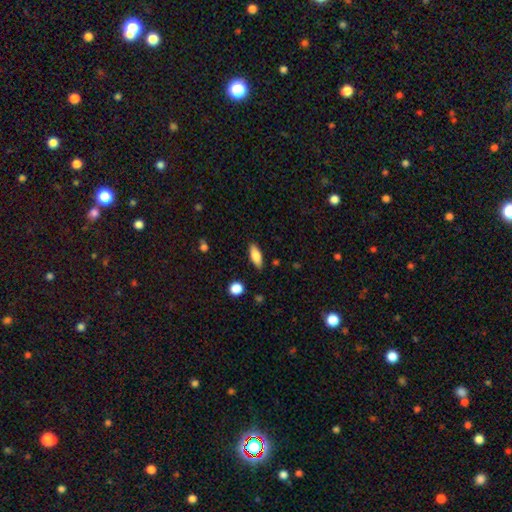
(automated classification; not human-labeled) Smooth or featured? smooth (77%)
How rounded? in between (73%)
Merging? none (86%)